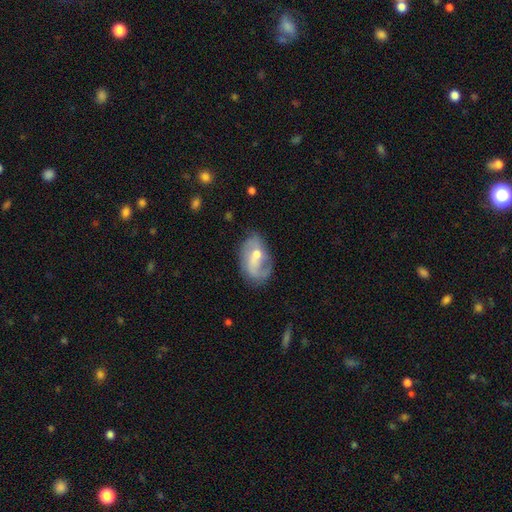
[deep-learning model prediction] This appears to be a featured or disk galaxy (68%) with no bar (49%), 2 (52%) loose (44%) spiral arms (82%) and a moderate central bulge (50%). Merging: none (55%).